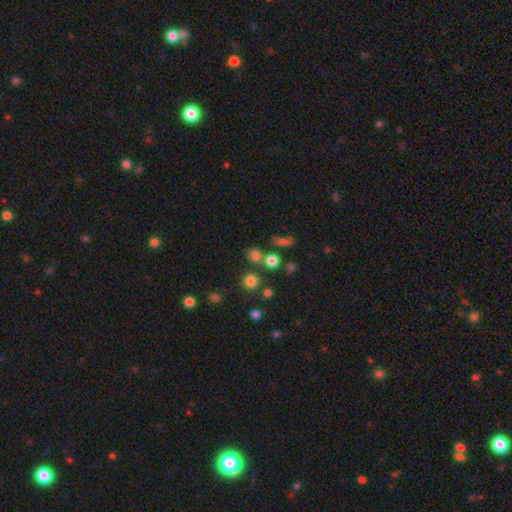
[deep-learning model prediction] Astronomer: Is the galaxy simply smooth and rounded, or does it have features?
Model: smooth — 74%.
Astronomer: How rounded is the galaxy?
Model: round — 88%.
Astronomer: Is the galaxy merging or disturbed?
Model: none — 68%.